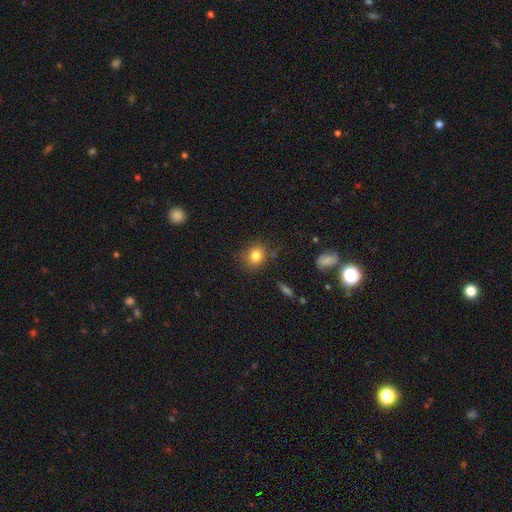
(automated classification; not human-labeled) Morphology: type=smooth (82%); roundness=round (75%); merging=none (81%).